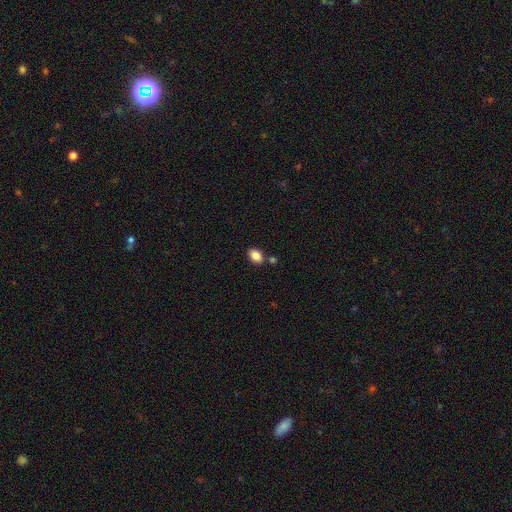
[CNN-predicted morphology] This is clearly a smooth galaxy (86%). How rounded: clearly in between (86%). Merging: likely none (76%).